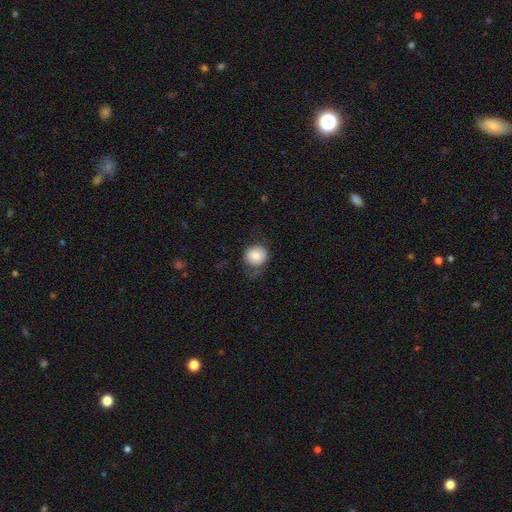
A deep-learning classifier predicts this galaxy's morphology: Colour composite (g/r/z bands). It shows a smooth galaxy with no disk features (78%) that is round (88%). Merging: none (66%).